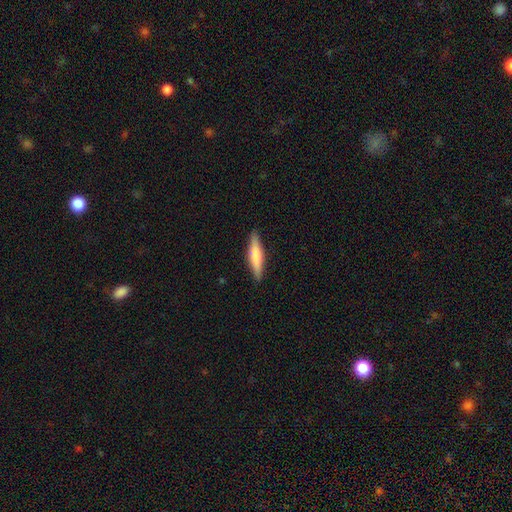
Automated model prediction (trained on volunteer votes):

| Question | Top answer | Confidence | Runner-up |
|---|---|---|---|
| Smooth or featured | smooth | 67% | featured or disk (27%) |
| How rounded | cigar-shaped | 81% | in between (18%) |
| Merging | none | 89% | minor disturbance (8%) |